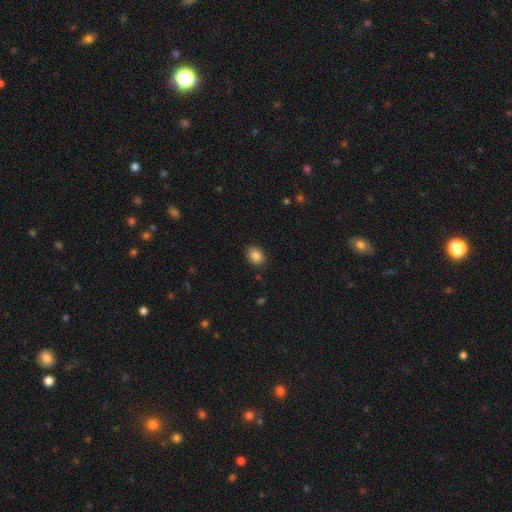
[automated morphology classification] Overall: smooth (87%). How rounded: in between (70%). Merging: none (88%).